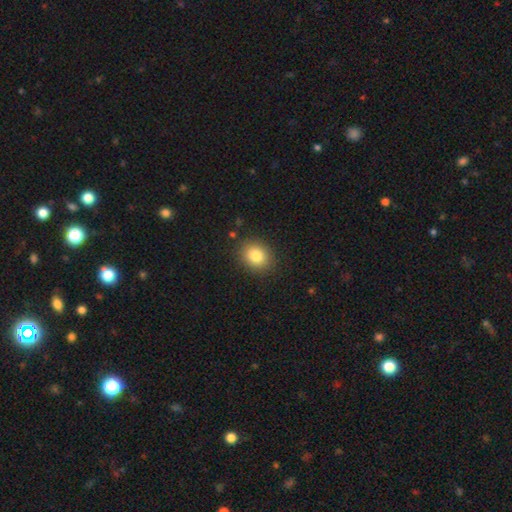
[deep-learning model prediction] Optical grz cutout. It shows a smooth galaxy with no disk features (83%) that is round (58%). Merging: none (88%).